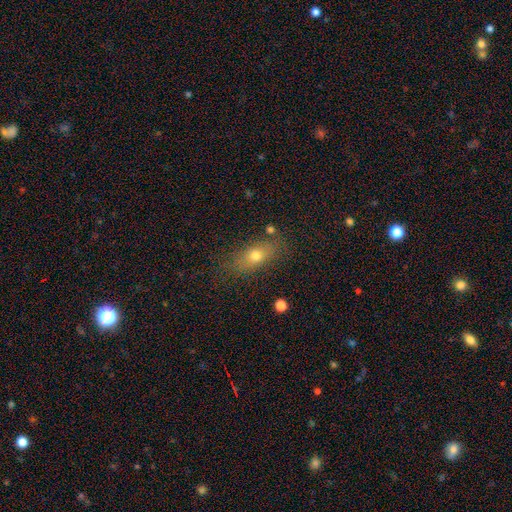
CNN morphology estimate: Smooth or featured?
  - smooth: 68% *
  - featured or disk: 20%
  - star or artifact: 12%
How rounded?
  - in between: 70% *
  - cigar-shaped: 19%
  - round: 11%
Merging?
  - none: 76% *
  - minor disturbance: 16%
  - major disturbance: 5%
  - merger: 3%